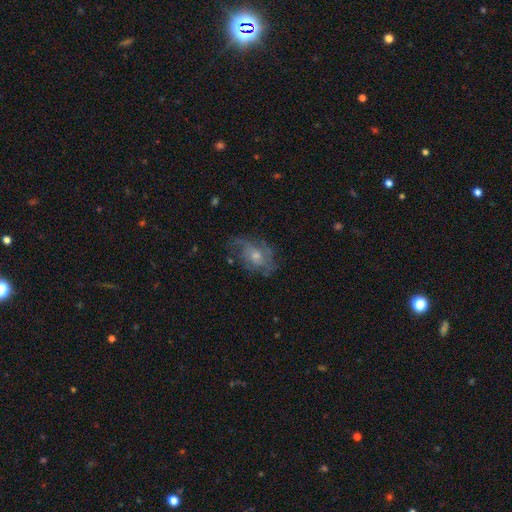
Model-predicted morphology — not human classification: featured or disk 68%, smooth 21%, star or artifact 11%. Down the decision tree: edge-on disk — no (96%); bar — no (74%); spiral arms — yes (81%); spiral arm count — can't tell (37%); spiral winding — medium (42%); bulge size — small (48%); merging — none (60%).